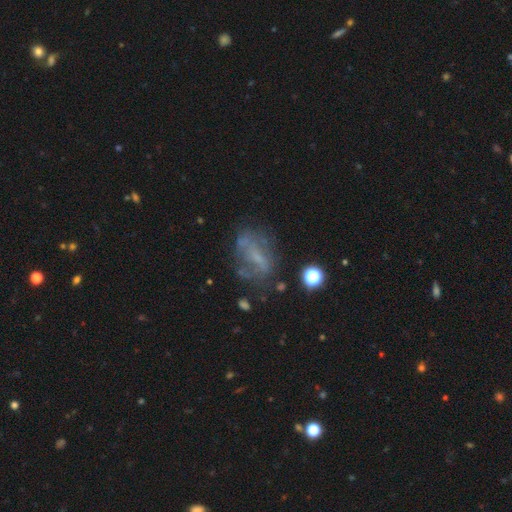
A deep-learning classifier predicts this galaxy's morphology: Q: Smooth or featured?
A: featured or disk (57%); runner-up: smooth (27%)
Q: Edge-on disk?
A: no (93%); runner-up: yes (7%)
Q: Bar?
A: no (42%); runner-up: weak (37%)
Q: Spiral arms?
A: no (51%); runner-up: yes (49%)
Q: Bulge size?
A: small (45%); runner-up: none (39%)
Q: Merging?
A: none (53%); runner-up: minor disturbance (22%)